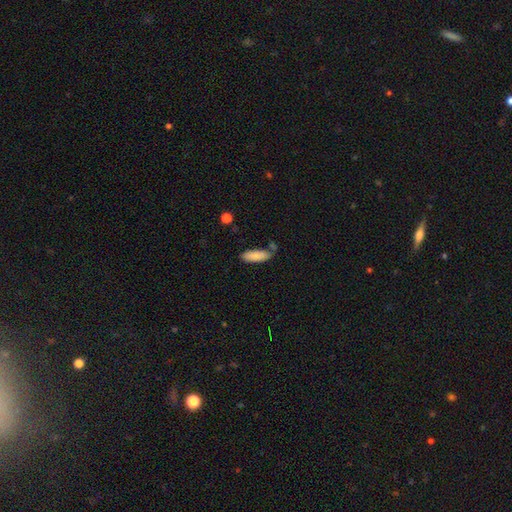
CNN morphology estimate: Smooth or featured? smooth (87%)
How rounded? in between (60%)
Merging? none (71%)